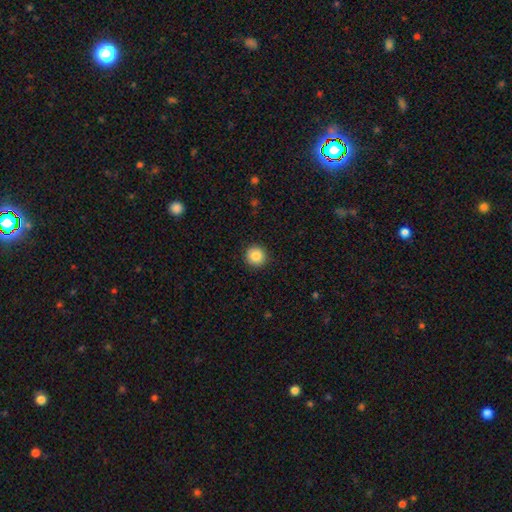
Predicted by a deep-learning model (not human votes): Smooth or featured?
  - smooth: 86% *
  - star or artifact: 9%
  - featured or disk: 5%
How rounded?
  - round: 95% *
  - in between: 4%
  - cigar-shaped: 1%
Merging?
  - none: 92% *
  - minor disturbance: 5%
  - major disturbance: 2%
  - merger: 1%